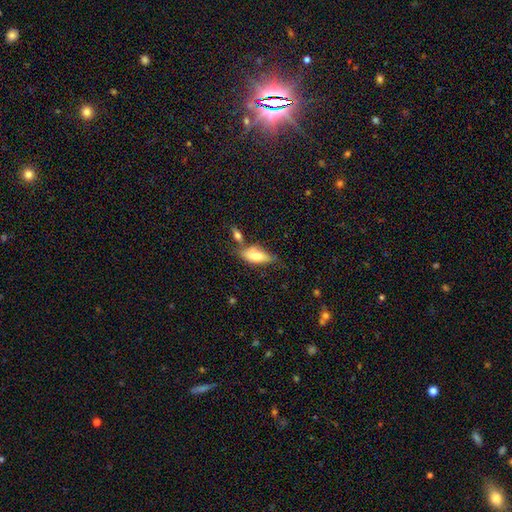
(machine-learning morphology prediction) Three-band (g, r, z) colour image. It shows a smooth galaxy with no disk features (68%) that is in between round and cigar-shaped (78%). Merging: none (44%).